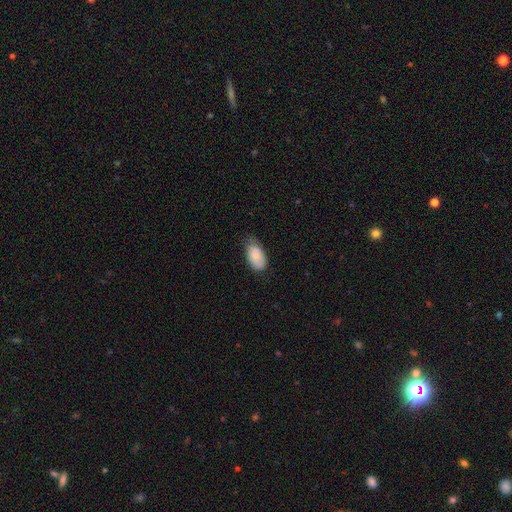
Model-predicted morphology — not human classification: smooth 77%, featured or disk 16%, star or artifact 7%. Down the decision tree: how rounded — in between (94%); merging — none (58%).